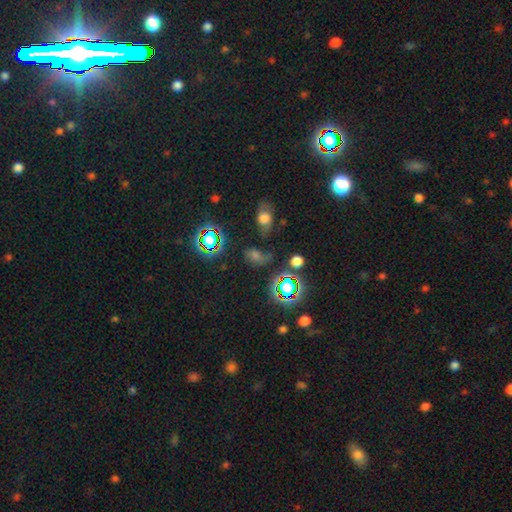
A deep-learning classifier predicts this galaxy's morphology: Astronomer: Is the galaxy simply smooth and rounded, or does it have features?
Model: star or artifact — 53% (runner-up: smooth, 31%).